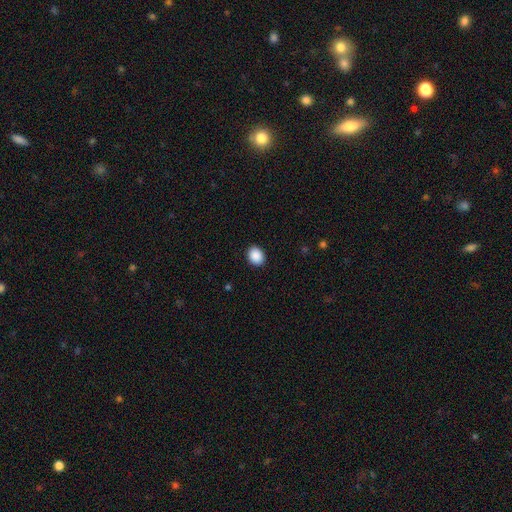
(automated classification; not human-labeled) Smooth or featured: smooth — 90% (star or artifact — 8%)
How rounded: round — 54% (in between — 46%)
Merging: none — 91% (minor disturbance — 6%)